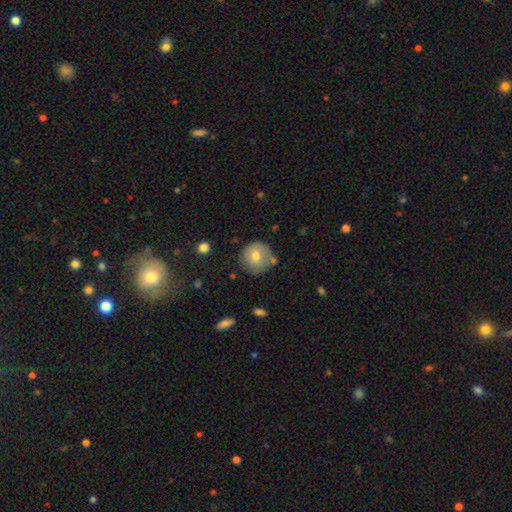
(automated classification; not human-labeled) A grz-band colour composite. It shows a smooth galaxy with no disk features (70%) that is round (91%). Merging: none (69%).